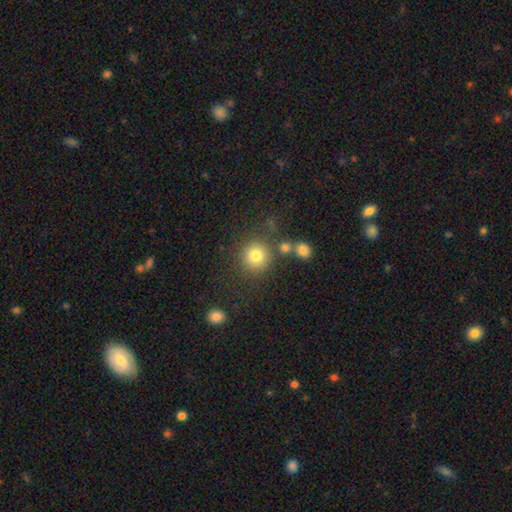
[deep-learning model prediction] smooth-or-featured: smooth: 80% | star or artifact: 12% | featured or disk: 8%
  how-rounded: round: 92% | in between: 7% | cigar-shaped: 1%
  merging: none: 76% | minor disturbance: 10% | merger: 9% | major disturbance: 5%